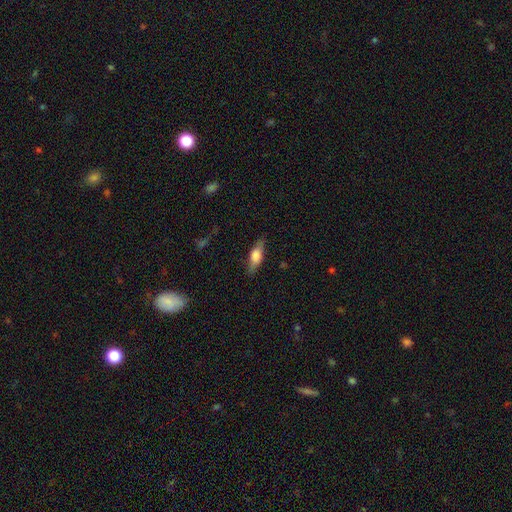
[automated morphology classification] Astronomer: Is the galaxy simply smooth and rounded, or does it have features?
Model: smooth — 52% (runner-up: featured or disk, 41%).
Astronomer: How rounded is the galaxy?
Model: in between — 57% (runner-up: cigar-shaped, 39%).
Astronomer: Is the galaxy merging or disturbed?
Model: none — 82%.